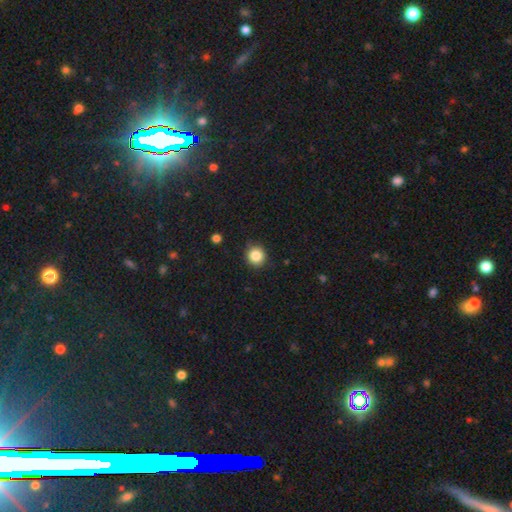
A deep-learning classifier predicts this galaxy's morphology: The model was most divided on "smooth or featured": smooth: 85%, star or artifact: 11%, featured or disk: 4%. More confident: how rounded — round (88%); merging — none (88%).